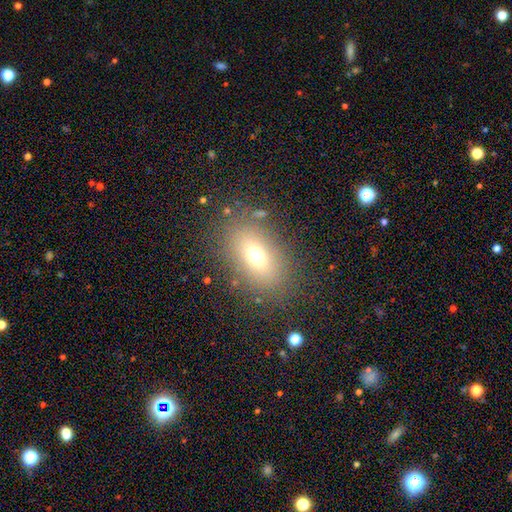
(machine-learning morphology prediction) This appears to be a smooth galaxy with no disk features (68%) that is in between round and cigar-shaped (81%). Merging: none (81%).